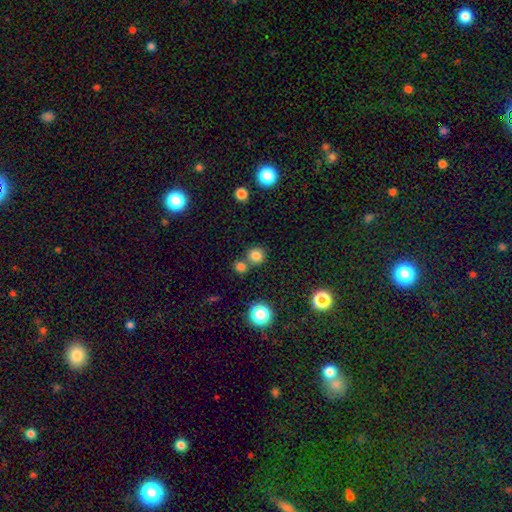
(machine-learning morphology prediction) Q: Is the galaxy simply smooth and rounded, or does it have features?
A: smooth — 80%.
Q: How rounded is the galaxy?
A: round — 90%.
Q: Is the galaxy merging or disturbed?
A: none — 67%.